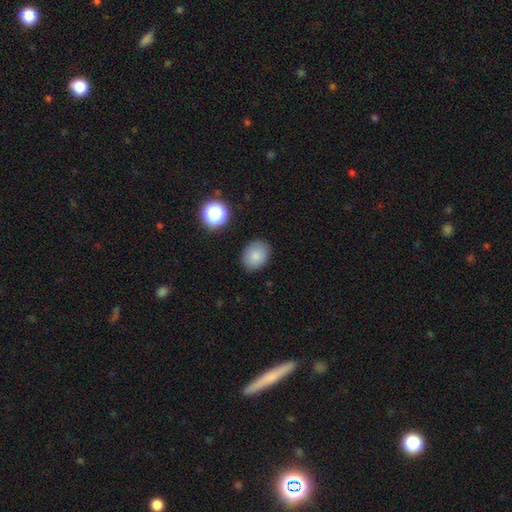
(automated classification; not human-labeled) Smooth or featured? Predicted: smooth (p=0.84). How rounded? Predicted: in between (p=0.57). Merging? Predicted: none (p=0.86).